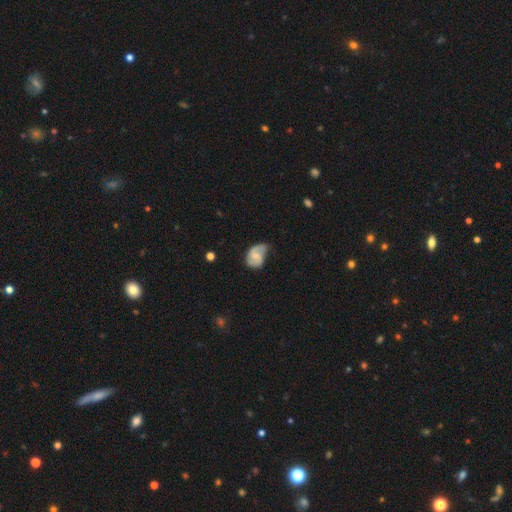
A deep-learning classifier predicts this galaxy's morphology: The model was most divided on "bar" (2-way tie): weak: 45%, no: 45%, strong: 11%. Remaining: edge-on disk — no (97%); spiral arms — yes (85%); smooth or featured — featured or disk (58%); bulge size — small (45%); merging — none (41%).